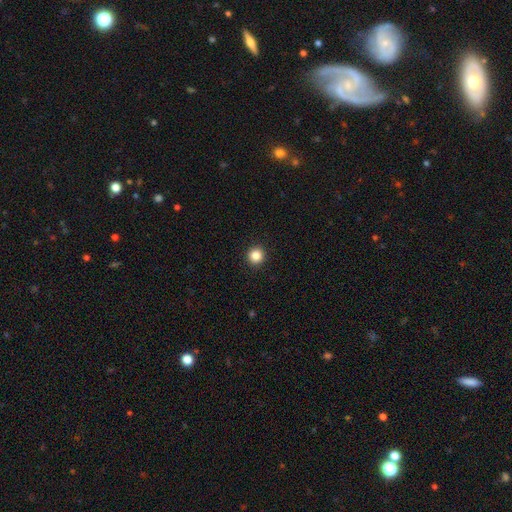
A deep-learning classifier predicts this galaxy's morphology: smooth-or-featured: smooth: 85% | star or artifact: 11% | featured or disk: 4%
  how-rounded: round: 95% | in between: 4% | cigar-shaped: 1%
  merging: none: 94% | minor disturbance: 4% | major disturbance: 1% | merger: 1%